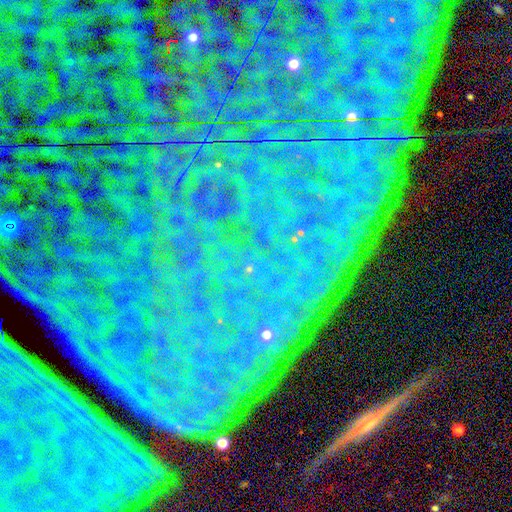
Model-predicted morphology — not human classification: Smooth or featured: star or artifact — 82% (featured or disk — 10%)